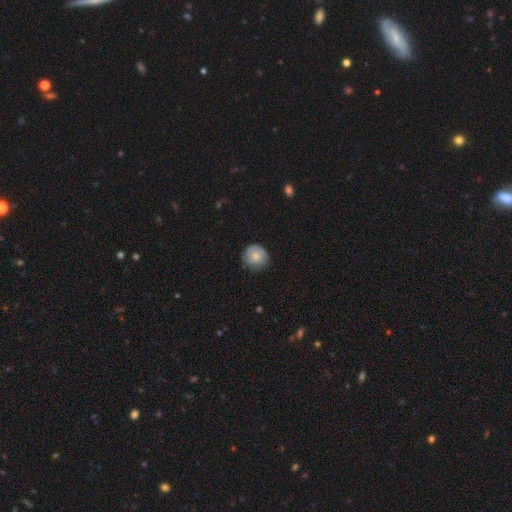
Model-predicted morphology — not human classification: Smooth or featured?
  - smooth: 74% *
  - featured or disk: 19%
  - star or artifact: 7%
How rounded?
  - round: 92% *
  - in between: 7%
  - cigar-shaped: 1%
Merging?
  - none: 76% *
  - minor disturbance: 19%
  - major disturbance: 4%
  - merger: 1%